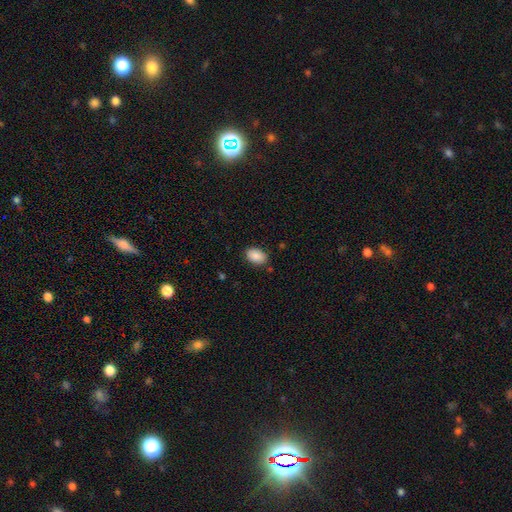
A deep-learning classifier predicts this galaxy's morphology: A smooth galaxy with no disk features (88%) that is in between round and cigar-shaped (88%). Merging: none (82%).